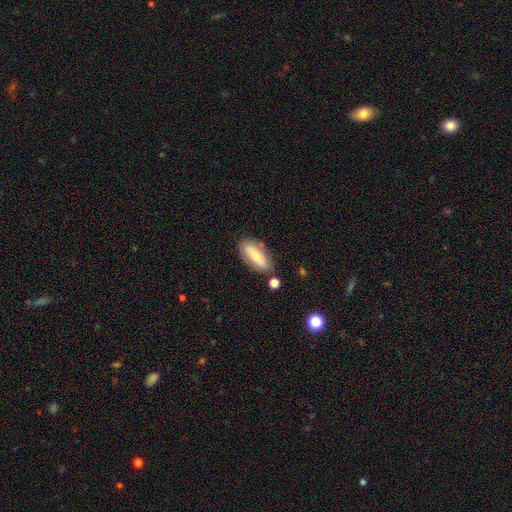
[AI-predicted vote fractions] This is possibly a smooth galaxy (60%). How rounded: likely in between (78%). Merging: likely none (76%).